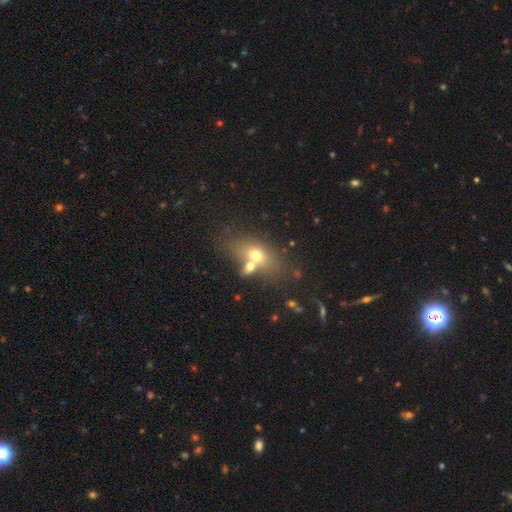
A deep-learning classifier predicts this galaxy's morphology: A smooth galaxy with no disk features (62%) that is in between round and cigar-shaped (72%). Merging: merger (47%).